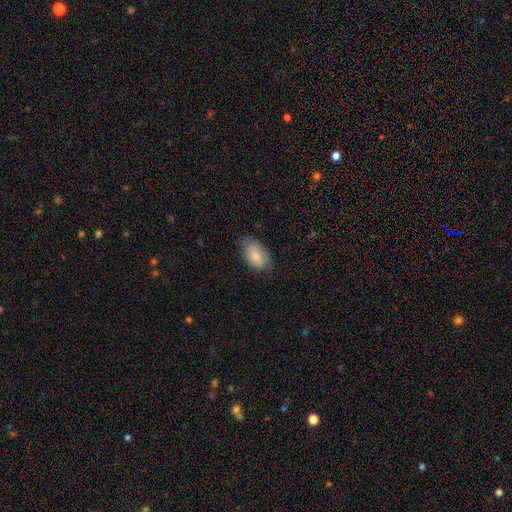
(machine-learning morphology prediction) Overall: smooth (70%). How rounded: in between (93%). Merging: none (66%).